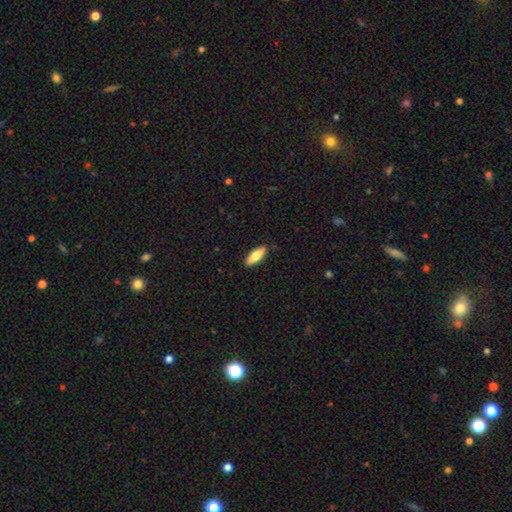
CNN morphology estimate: This is likely a smooth galaxy (77%). How rounded: likely in between (66%). Merging: clearly none (88%).